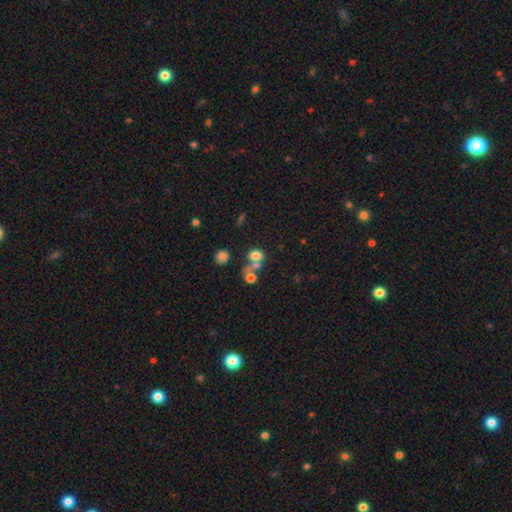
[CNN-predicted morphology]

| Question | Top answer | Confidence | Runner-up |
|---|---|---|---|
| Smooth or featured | smooth | 71% | star or artifact (15%) |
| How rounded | in between | 59% | round (40%) |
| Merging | merger | 47% | none (35%) |